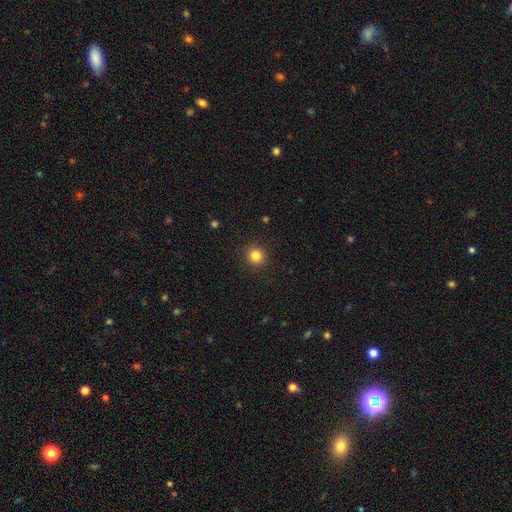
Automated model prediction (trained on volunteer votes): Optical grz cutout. It shows a smooth galaxy with no disk features (83%) that is round (93%). Merging: none (92%).